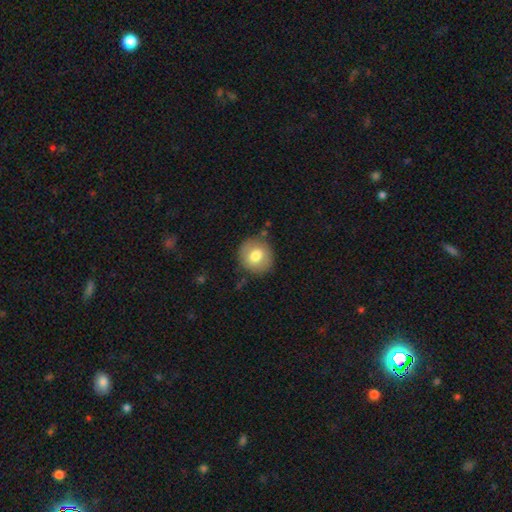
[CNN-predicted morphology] smooth-or-featured: smooth: 75% | featured or disk: 17% | star or artifact: 8%
  how-rounded: round: 89% | in between: 10% | cigar-shaped: 1%
  merging: none: 81% | minor disturbance: 13% | major disturbance: 4% | merger: 3%